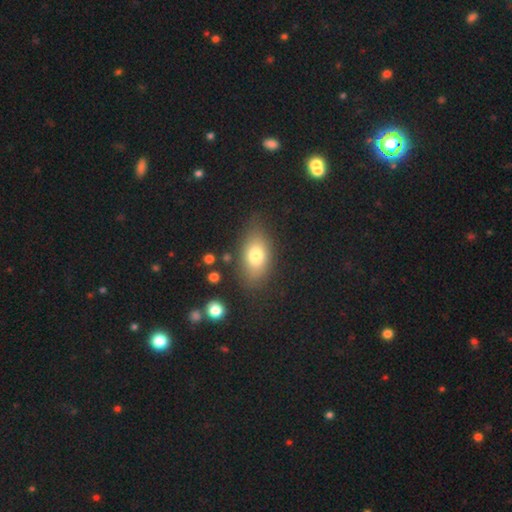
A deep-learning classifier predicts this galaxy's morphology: Overall: smooth (76%). How rounded: in between (85%). Merging: none (77%).